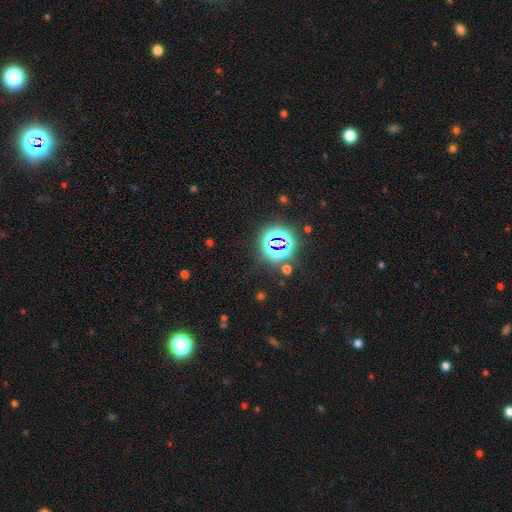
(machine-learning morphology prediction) Smooth or featured?
  - star or artifact: 82% *
  - smooth: 12%
  - featured or disk: 6%